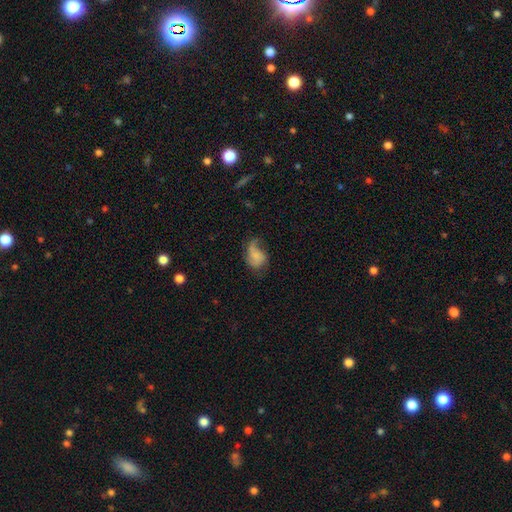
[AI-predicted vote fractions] smooth-or-featured: featured or disk: 46% | smooth: 45% | star or artifact: 9%
  merging: major disturbance: 37% | none: 33% | minor disturbance: 28% | merger: 3%